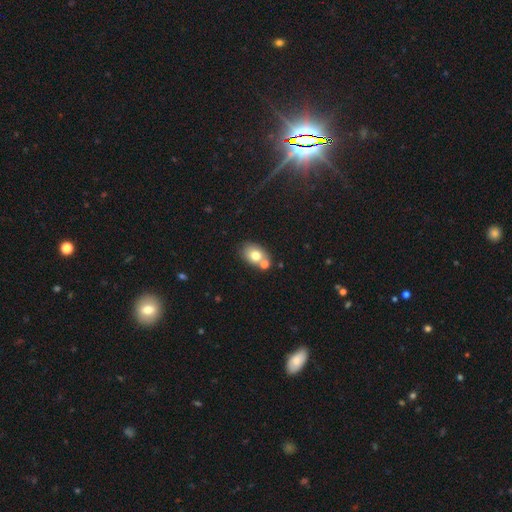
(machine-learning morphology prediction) Smooth or featured: smooth — 73% (featured or disk — 17%)
How rounded: in between — 70% (round — 29%)
Merging: none — 54% (merger — 30%)